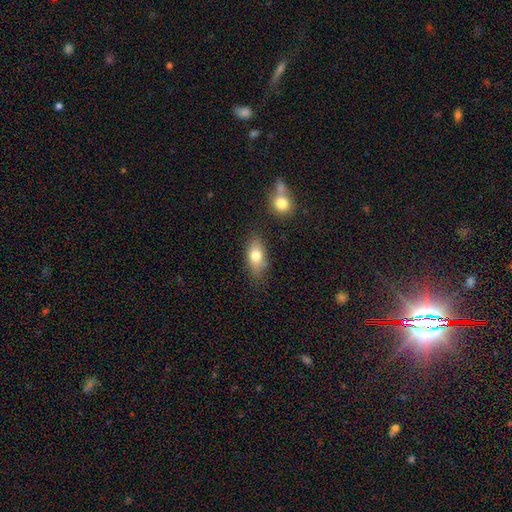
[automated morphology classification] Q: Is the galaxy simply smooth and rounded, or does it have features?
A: smooth — 76%.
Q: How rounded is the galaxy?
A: in between — 83%.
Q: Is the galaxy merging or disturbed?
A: none — 72%.